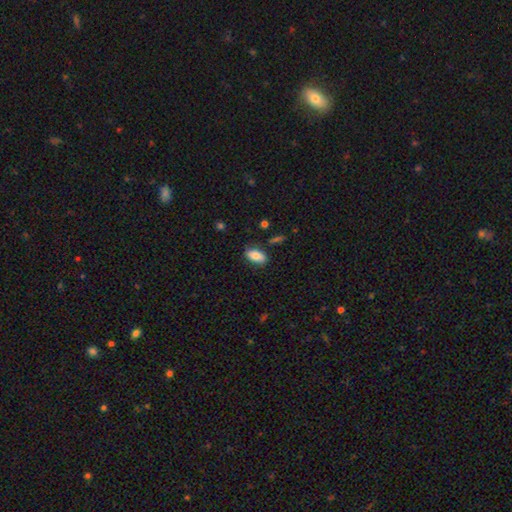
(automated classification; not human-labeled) Smooth or featured? Predicted: smooth (p=0.82). How rounded? Predicted: in between (p=0.91). Merging? Predicted: none (p=0.81).